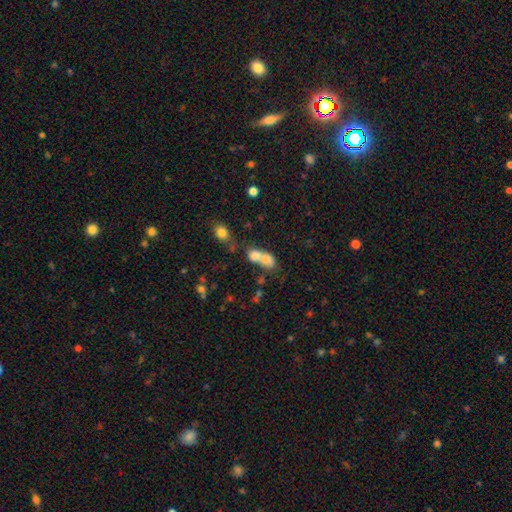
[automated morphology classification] type=smooth (71%); roundness=in between (57%); merging=merger (73%).